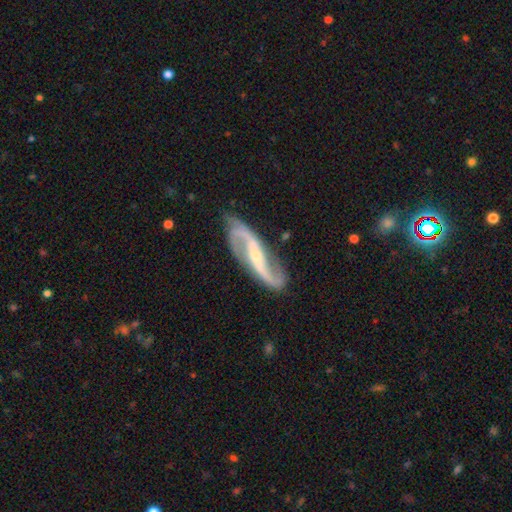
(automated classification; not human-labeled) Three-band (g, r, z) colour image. It shows a featured or disk galaxy (91%) with a strong bar (42%), 2 (94%) loose (56%) spiral arms (97%) and a small central bulge (63%). Merging: none (79%).